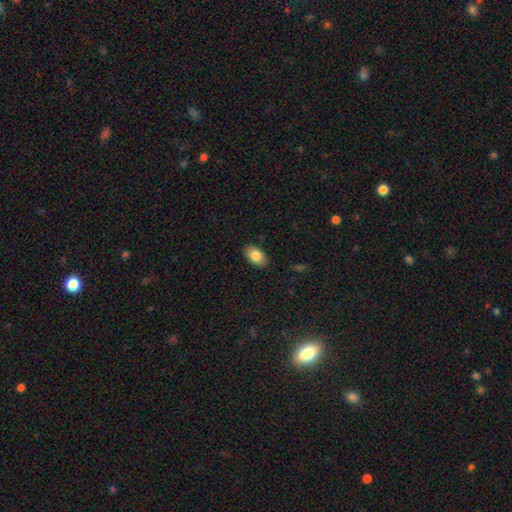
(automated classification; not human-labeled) Smooth or featured?
  - smooth: 83% *
  - featured or disk: 9%
  - star or artifact: 7%
How rounded?
  - in between: 92% *
  - round: 7%
  - cigar-shaped: 2%
Merging?
  - none: 88% *
  - minor disturbance: 9%
  - major disturbance: 2%
  - merger: 1%